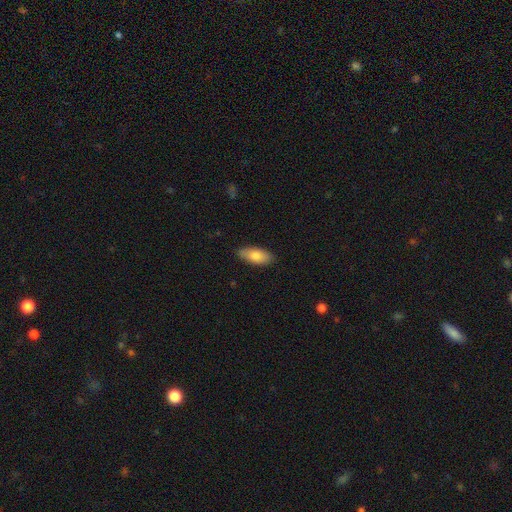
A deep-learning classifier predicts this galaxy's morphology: smooth 79%, featured or disk 15%, star or artifact 6%. Down the decision tree: how rounded — in between (86%); merging — none (86%).